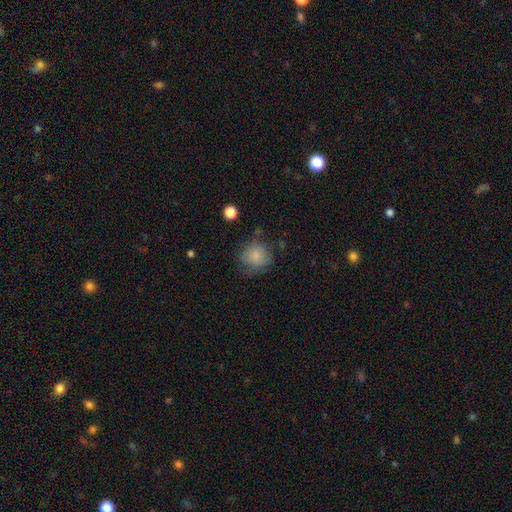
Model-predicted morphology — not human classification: Smooth or featured: smooth — 81% (featured or disk — 10%)
How rounded: round — 84% (in between — 16%)
Merging: none — 63% (minor disturbance — 24%)